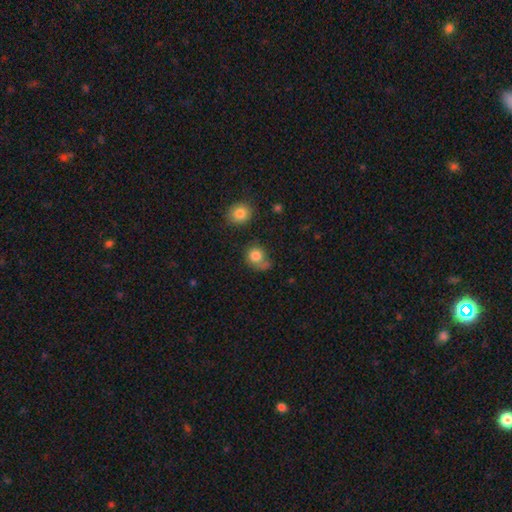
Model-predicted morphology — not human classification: Smooth or featured?
  - smooth: 80% *
  - star or artifact: 10%
  - featured or disk: 10%
How rounded?
  - round: 74% *
  - in between: 25%
  - cigar-shaped: 1%
Merging?
  - none: 47% *
  - minor disturbance: 27%
  - major disturbance: 18%
  - merger: 8%